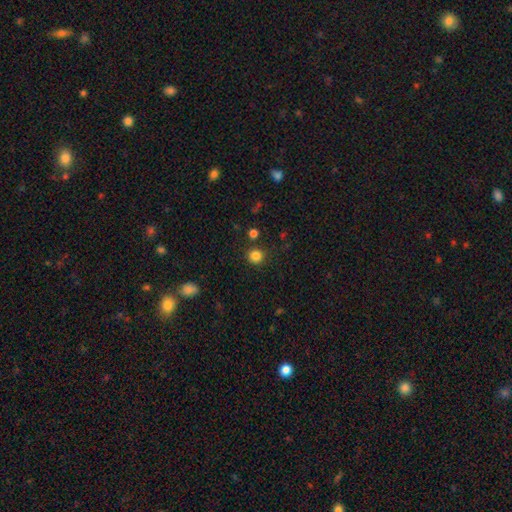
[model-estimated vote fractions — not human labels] Smooth or featured?
  - smooth: 83% *
  - star or artifact: 12%
  - featured or disk: 4%
How rounded?
  - round: 91% *
  - in between: 8%
  - cigar-shaped: 1%
Merging?
  - none: 87% *
  - minor disturbance: 7%
  - merger: 3%
  - major disturbance: 3%